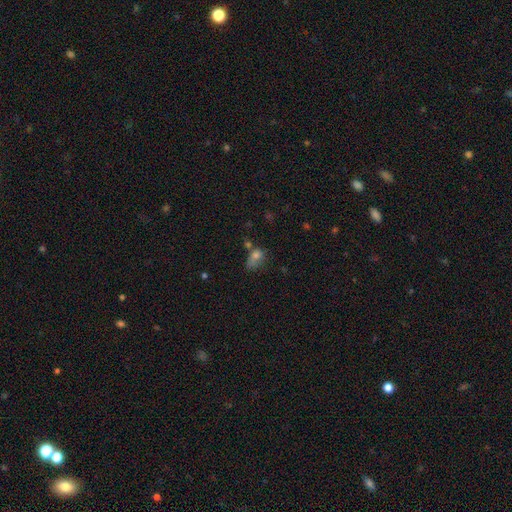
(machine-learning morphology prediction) smooth-or-featured: smooth: 68% | featured or disk: 16% | star or artifact: 15%
  how-rounded: in between: 67% | round: 31% | cigar-shaped: 3%
  merging: none: 29% | minor disturbance: 25% | major disturbance: 24% | merger: 22%